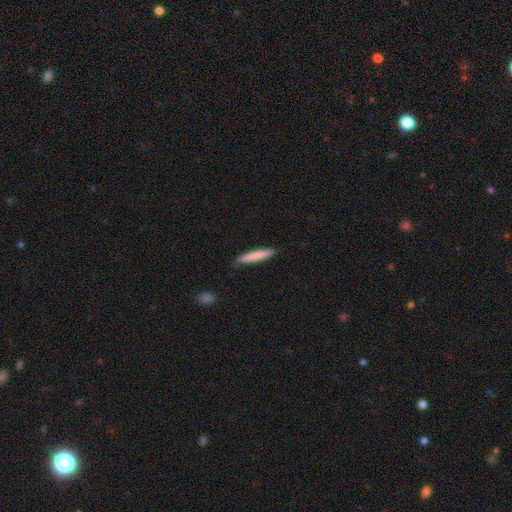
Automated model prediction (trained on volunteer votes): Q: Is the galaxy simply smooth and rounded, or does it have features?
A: smooth — 78%.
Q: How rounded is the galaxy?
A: cigar-shaped — 94%.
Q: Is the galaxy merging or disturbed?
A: none — 81%.